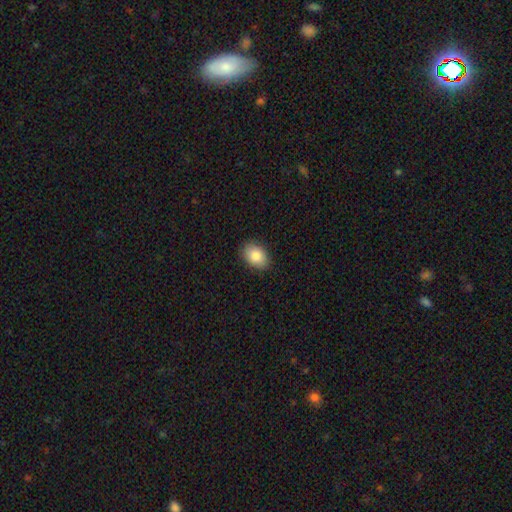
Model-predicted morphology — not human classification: A smooth galaxy with no disk features (87%) that is in between round and cigar-shaped (79%). Merging: none (87%).